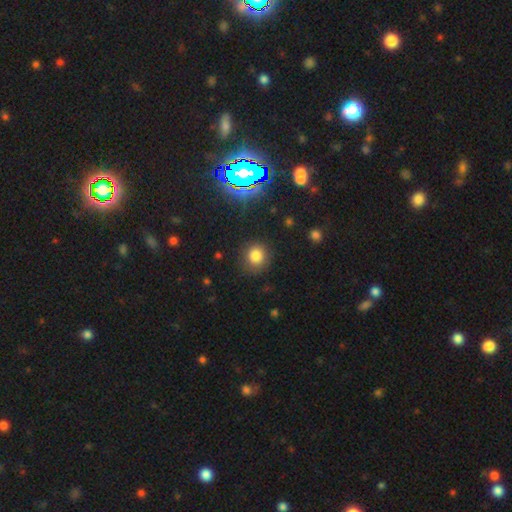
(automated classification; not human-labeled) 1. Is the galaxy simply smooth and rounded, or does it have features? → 79% smooth, 15% star or artifact, 6% featured or disk.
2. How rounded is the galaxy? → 85% round, 14% in between, 1% cigar-shaped.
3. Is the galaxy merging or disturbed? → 84% none, 10% minor disturbance, 4% major disturbance, 2% merger.